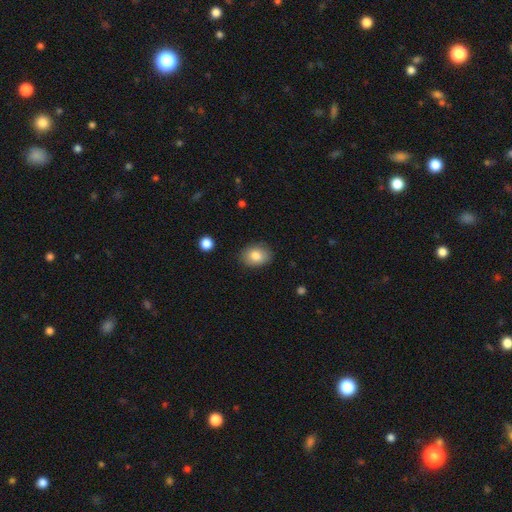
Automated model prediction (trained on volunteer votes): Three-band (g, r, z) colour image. It shows a smooth galaxy with no disk features (83%) that is in between round and cigar-shaped (67%). Merging: none (85%).